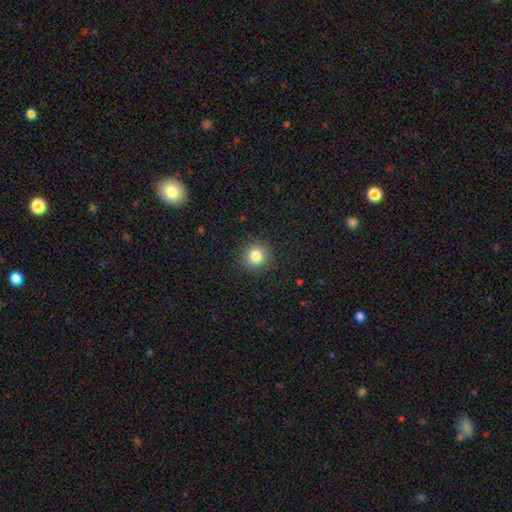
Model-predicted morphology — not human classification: smooth-or-featured: smooth: 83% | star or artifact: 11% | featured or disk: 6%
  how-rounded: round: 91% | in between: 9% | cigar-shaped: 1%
  merging: none: 91% | minor disturbance: 6% | major disturbance: 2% | merger: 1%